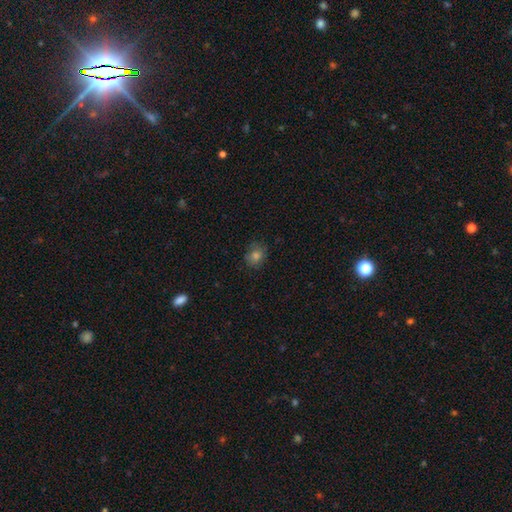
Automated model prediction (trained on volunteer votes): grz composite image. It shows a smooth galaxy with no disk features (76%) that is round (69%). Merging: none (79%).